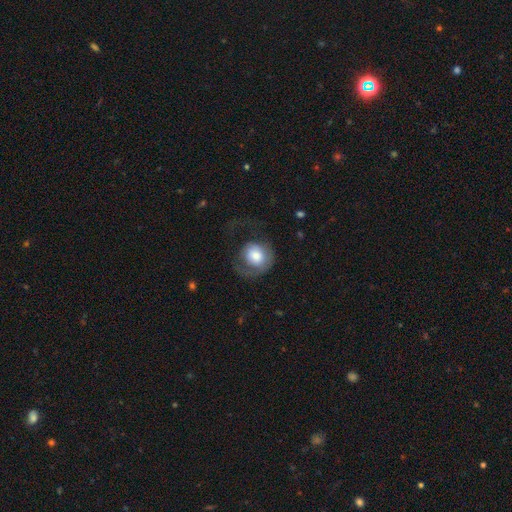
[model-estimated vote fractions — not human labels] Morphology: type=smooth (65%); roundness=round (77%); merging=major disturbance (44%).